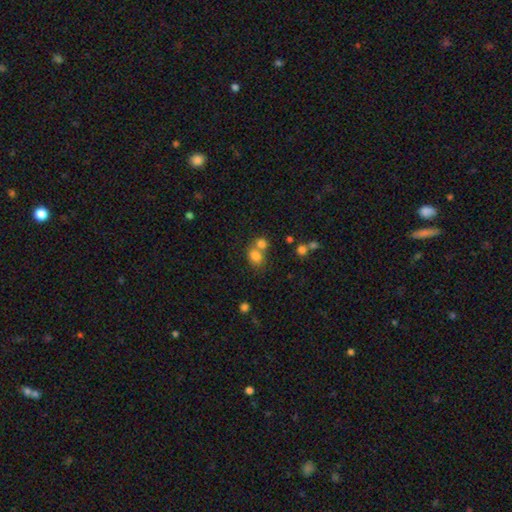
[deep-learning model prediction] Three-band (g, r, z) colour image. It shows a smooth galaxy with no disk features (78%) that is in between round and cigar-shaped (51%). Merging: merger (49%).